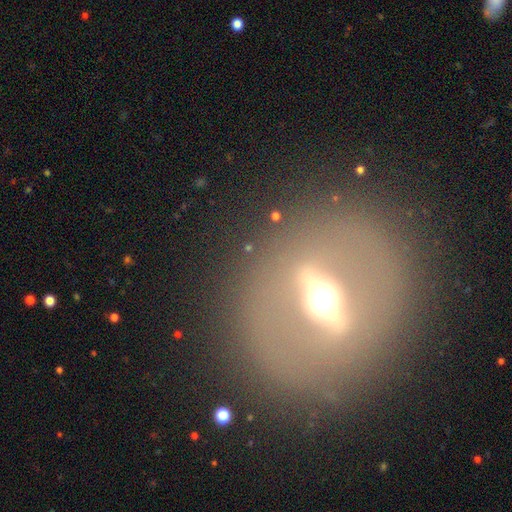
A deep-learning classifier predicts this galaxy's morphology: The model was most divided on "edge-on disk": yes: 61%, no: 39%. More confident: merging — none (86%); smooth or featured — featured or disk (76%).